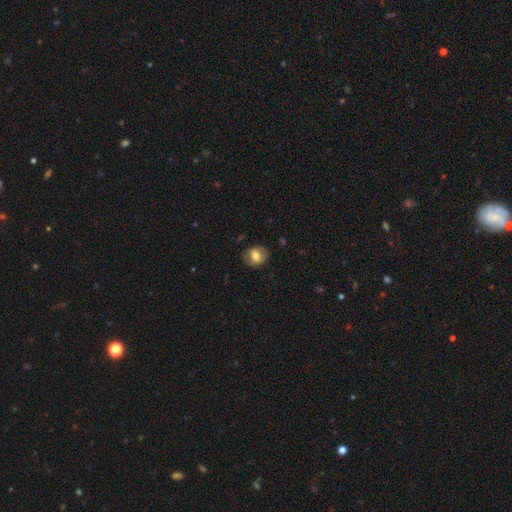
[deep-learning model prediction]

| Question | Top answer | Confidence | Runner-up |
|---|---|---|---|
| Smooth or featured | smooth | 70% | featured or disk (22%) |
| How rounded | round | 62% | in between (37%) |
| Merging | none | 81% | minor disturbance (14%) |